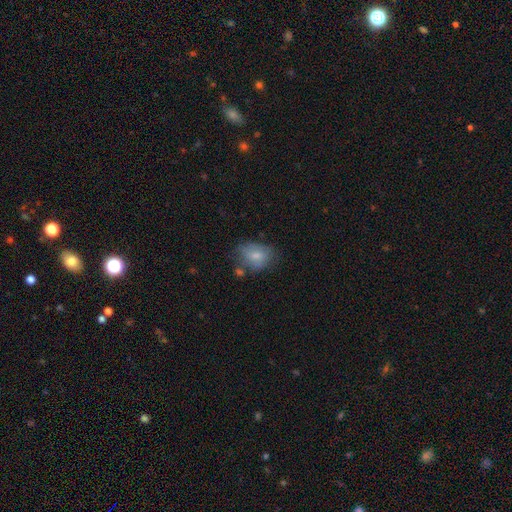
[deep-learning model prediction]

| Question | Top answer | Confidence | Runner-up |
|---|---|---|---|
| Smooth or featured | smooth | 73% | featured or disk (19%) |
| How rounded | in between | 67% | round (32%) |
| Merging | none | 56% | minor disturbance (27%) |